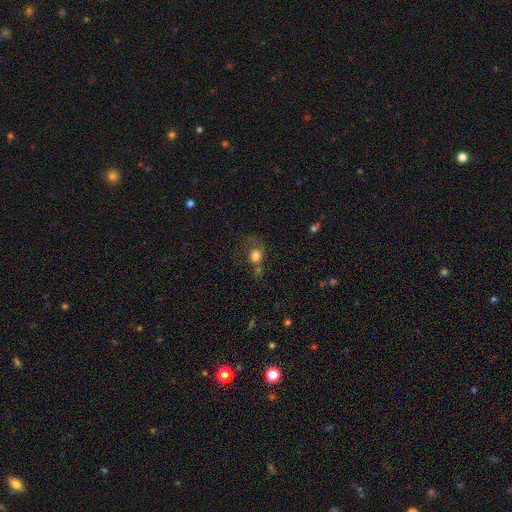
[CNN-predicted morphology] smooth-or-featured: smooth: 74% | featured or disk: 13% | star or artifact: 12%
  how-rounded: round: 69% | in between: 30% | cigar-shaped: 1%
  merging: none: 34% | major disturbance: 26% | minor disturbance: 21% | merger: 19%